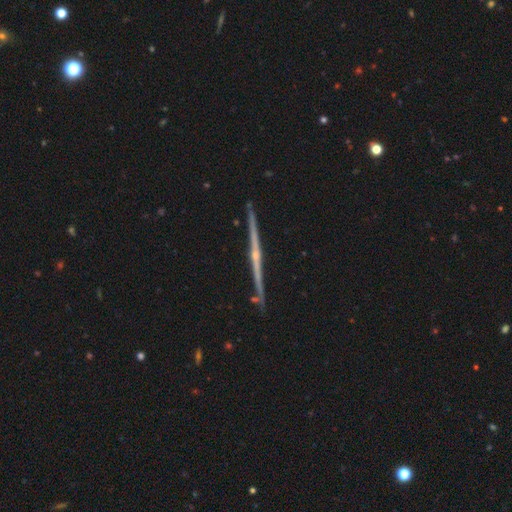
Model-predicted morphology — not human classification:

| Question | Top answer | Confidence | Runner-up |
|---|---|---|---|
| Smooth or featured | featured or disk | 88% | smooth (7%) |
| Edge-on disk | yes | 99% | no (1%) |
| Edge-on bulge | rounded | 77% | none (18%) |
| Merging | none | 90% | minor disturbance (7%) |